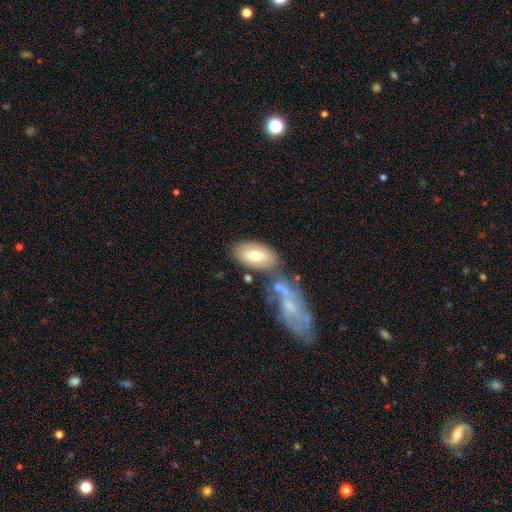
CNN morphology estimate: This appears to be a smooth galaxy with no disk features (67%) that is in between round and cigar-shaped (92%). Merging: none (57%).